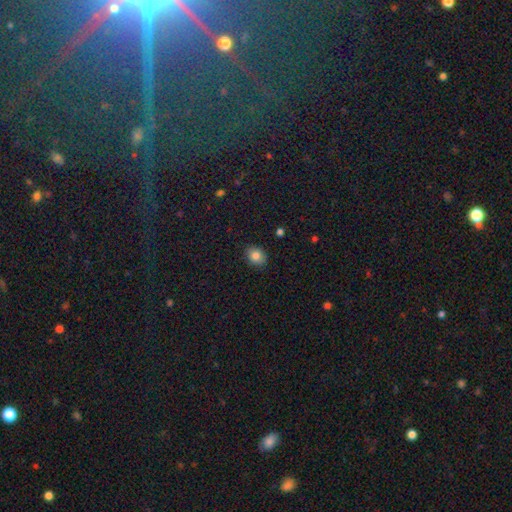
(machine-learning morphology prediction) type=smooth (84%); roundness=round (54%); merging=none (87%).